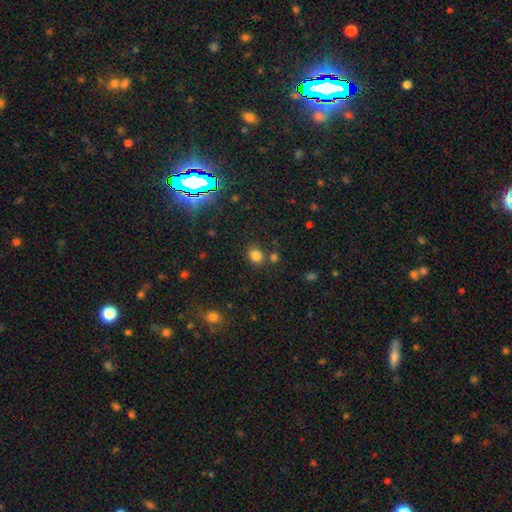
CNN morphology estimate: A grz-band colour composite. It shows a smooth galaxy with no disk features (80%) that is round (68%). Merging: none (74%).